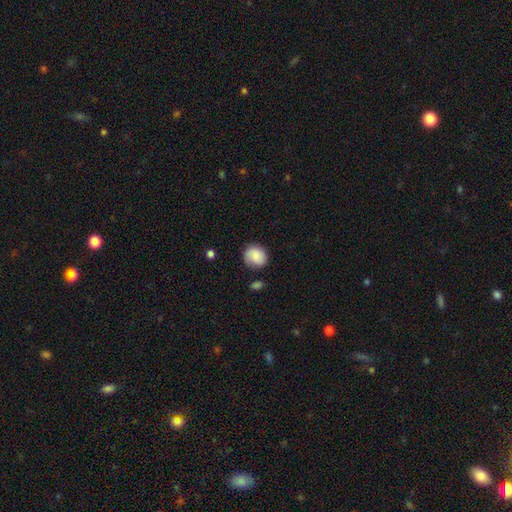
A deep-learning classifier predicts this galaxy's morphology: Smooth or featured?
  - smooth: 81% *
  - featured or disk: 11%
  - star or artifact: 8%
How rounded?
  - round: 75% *
  - in between: 24%
  - cigar-shaped: 1%
Merging?
  - none: 72% *
  - minor disturbance: 20%
  - major disturbance: 5%
  - merger: 3%